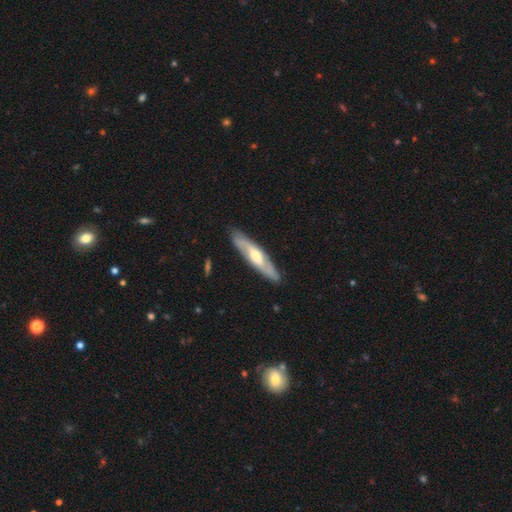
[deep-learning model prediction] Smooth or featured? Predicted: featured or disk (p=0.64). Edge-on disk? Predicted: yes (p=0.54). Merging? Predicted: none (p=0.87).